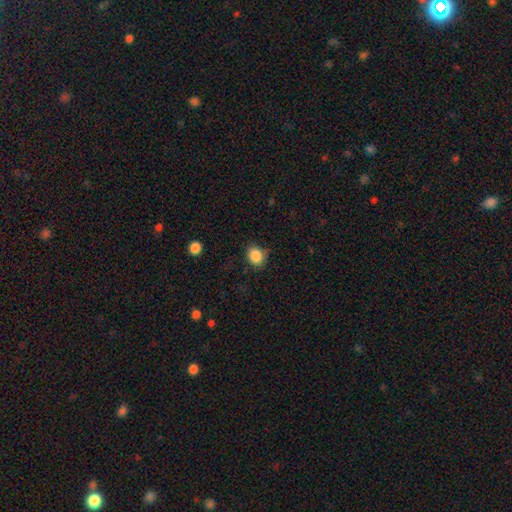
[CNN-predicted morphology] Smooth or featured?
  - smooth: 87% *
  - star or artifact: 10%
  - featured or disk: 4%
How rounded?
  - round: 61% *
  - in between: 38%
  - cigar-shaped: 1%
Merging?
  - none: 79% *
  - minor disturbance: 16%
  - major disturbance: 4%
  - merger: 1%